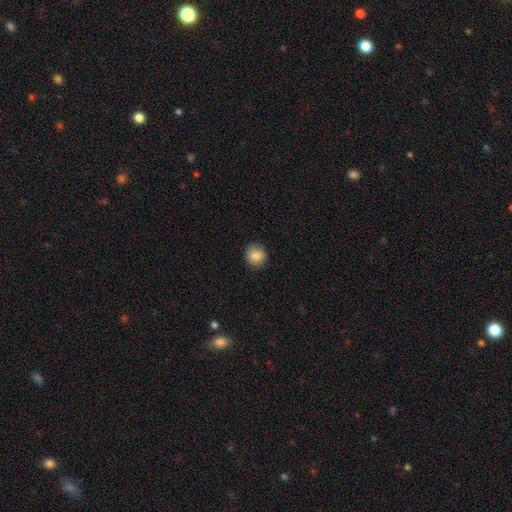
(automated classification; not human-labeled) This appears to be a smooth galaxy with no disk features (86%) that is round (88%). Merging: none (90%).